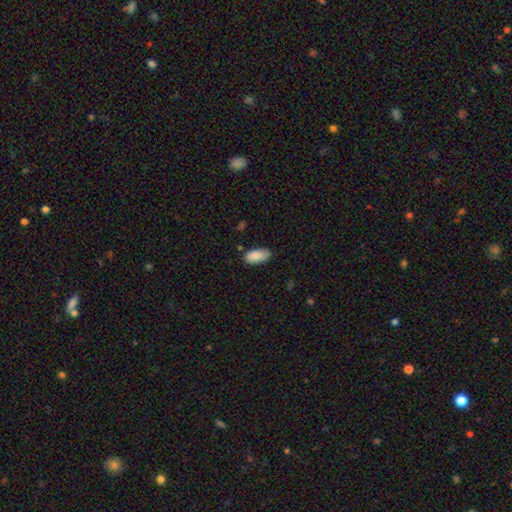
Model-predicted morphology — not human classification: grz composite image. It shows a smooth galaxy with no disk features (88%) that is in between round and cigar-shaped (93%). Merging: none (78%).